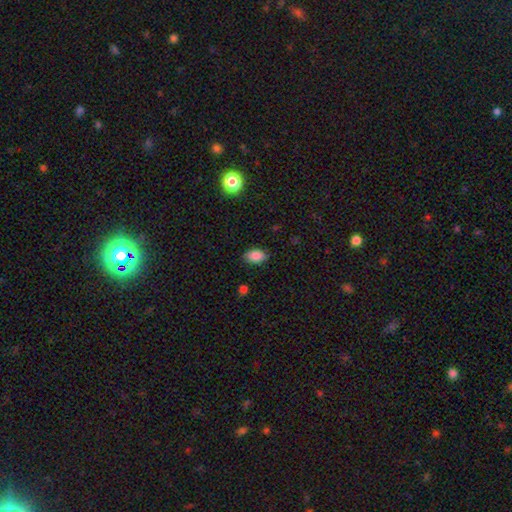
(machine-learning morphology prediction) This is clearly a smooth galaxy (87%). How rounded: clearly in between (88%). Merging: clearly none (84%).